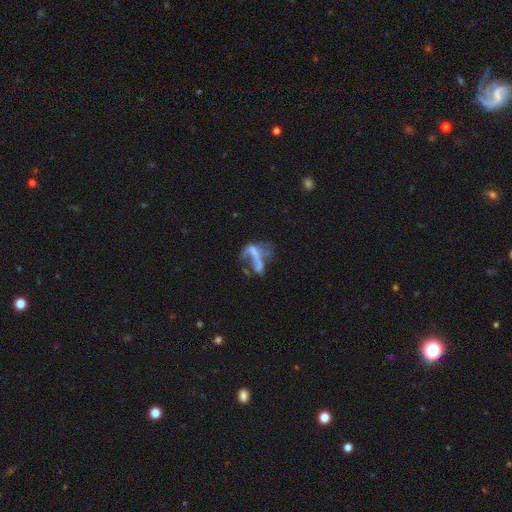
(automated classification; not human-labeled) Smooth or featured? Predicted: featured or disk (p=0.54). Edge-on disk? Predicted: no (p=0.90). Merging? Predicted: major disturbance (p=0.39).